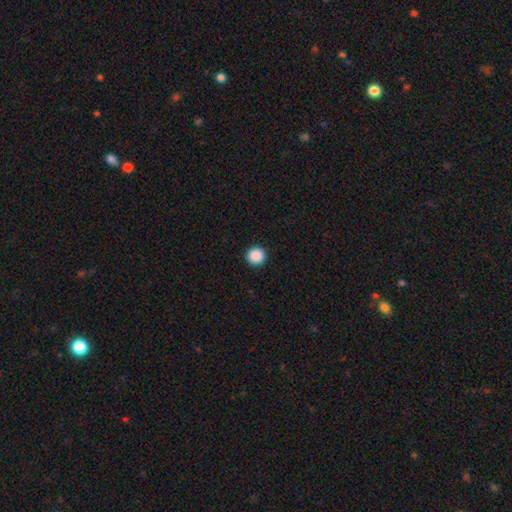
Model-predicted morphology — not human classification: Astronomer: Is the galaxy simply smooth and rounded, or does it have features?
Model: smooth — 89%.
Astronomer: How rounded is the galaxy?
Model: round — 96%.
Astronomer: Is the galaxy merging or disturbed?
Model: none — 94%.